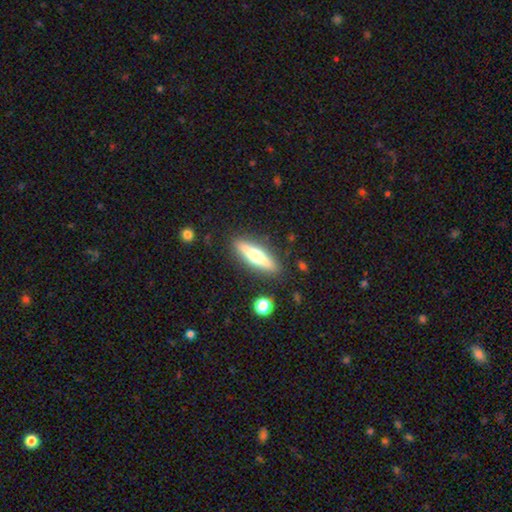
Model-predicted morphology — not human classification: featured or disk 55%, smooth 38%, star or artifact 6%. Down the decision tree: edge-on disk — yes (92%); edge-on bulge — rounded (94%); merging — none (87%).